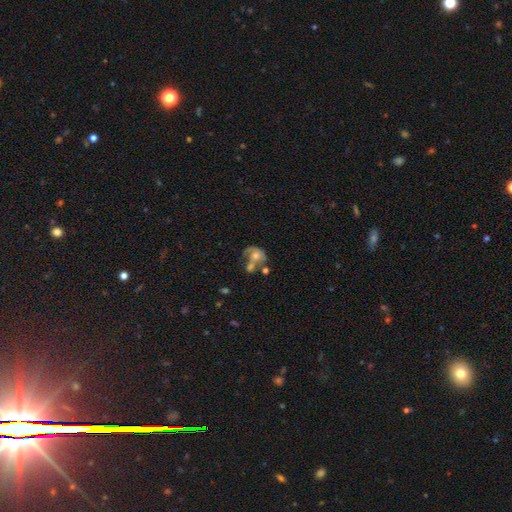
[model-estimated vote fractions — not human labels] A featured or disk galaxy (54%) with no bar (80%), spiral arms (60%) and a moderate central bulge (63%).

Vote fractions:
- Smooth or featured? featured or disk: 54% / smooth: 38% / star or artifact: 9%
- Edge-on disk? no: 97% / yes: 3%
- Bar? no: 80% / weak: 16% / strong: 4%
- Spiral arms? yes: 60% / no: 40%
- Bulge size? moderate: 63% / small: 22% / large: 9% / none: 5% / dominant: 2%
- Merging? merger: 42% / none: 23% / major disturbance: 21% / minor disturbance: 14%